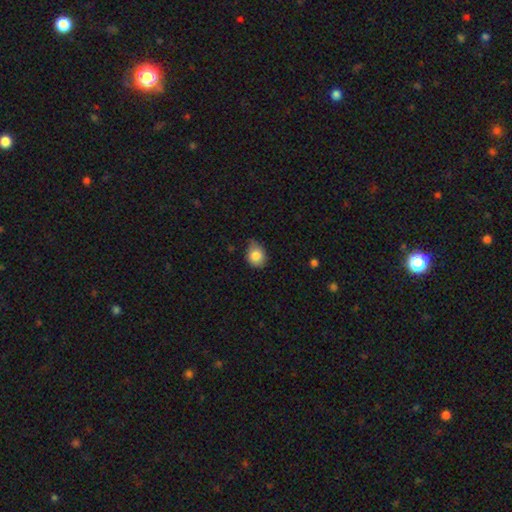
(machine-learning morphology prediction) This appears to be a smooth galaxy with no disk features (84%) that is round (54%). Merging: none (57%).